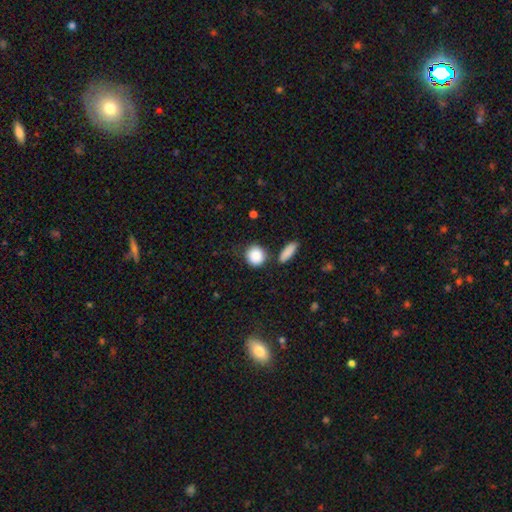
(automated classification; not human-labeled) Q: Smooth or featured?
A: smooth (89%); runner-up: star or artifact (7%)
Q: How rounded?
A: round (80%); runner-up: in between (18%)
Q: Merging?
A: none (75%); runner-up: minor disturbance (12%)